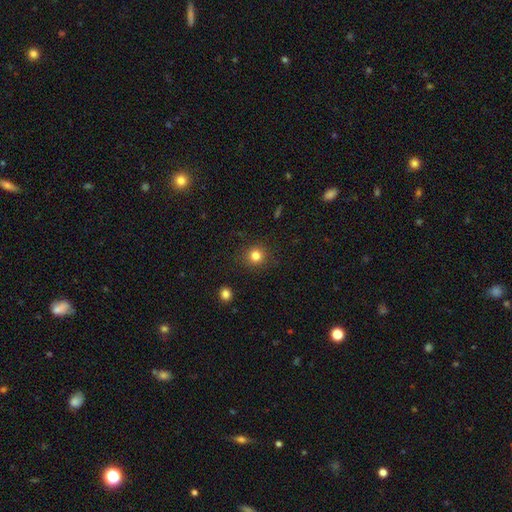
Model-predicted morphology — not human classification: This appears to be a smooth galaxy with no disk features (82%) that is round (91%). Merging: none (89%).